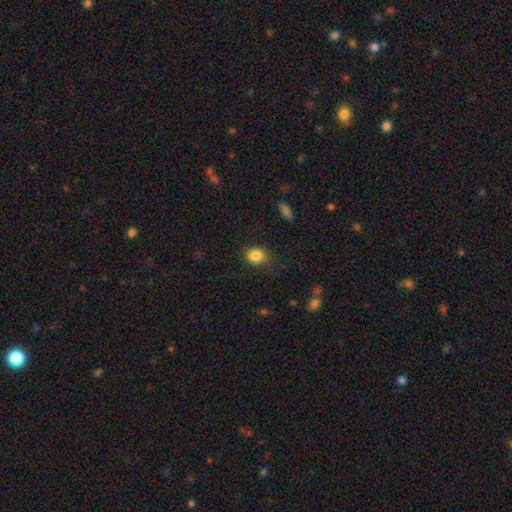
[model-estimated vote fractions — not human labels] Smooth or featured: smooth — 85% (star or artifact — 10%)
How rounded: round — 57% (in between — 42%)
Merging: none — 80% (minor disturbance — 15%)